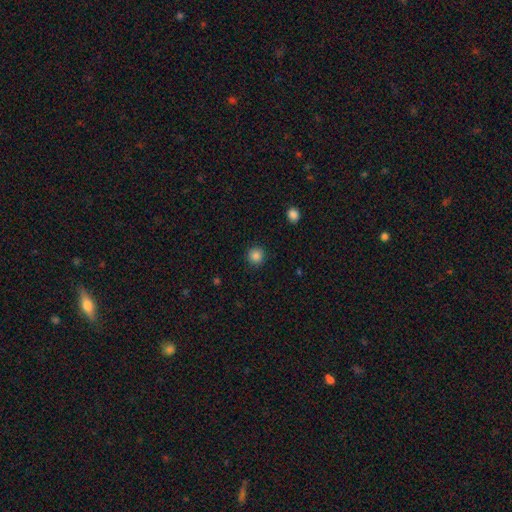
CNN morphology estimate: smooth_or_featured: smooth (p=0.86) [alt: star or artifact p=0.11]
how_rounded: round (p=0.94) [alt: in between p=0.05]
merging: none (p=0.92) [alt: minor disturbance p=0.05]